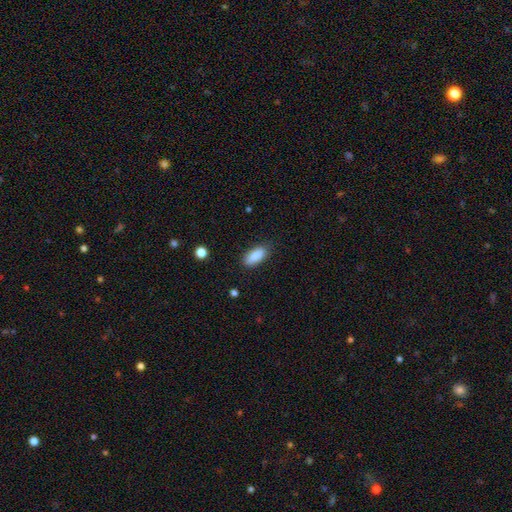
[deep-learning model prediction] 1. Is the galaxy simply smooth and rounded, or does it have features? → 87% smooth, 7% star or artifact, 6% featured or disk.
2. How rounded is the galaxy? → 84% in between, 14% cigar-shaped, 2% round.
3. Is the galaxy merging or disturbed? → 83% none, 13% minor disturbance, 3% major disturbance, 1% merger.